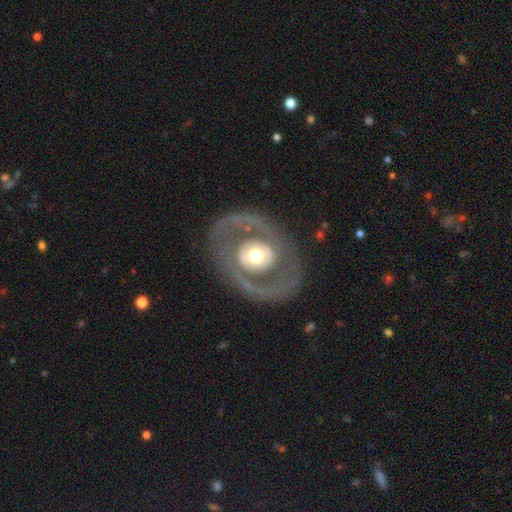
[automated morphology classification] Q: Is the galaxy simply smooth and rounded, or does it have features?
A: featured or disk — 73%.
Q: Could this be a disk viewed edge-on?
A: no — 95%.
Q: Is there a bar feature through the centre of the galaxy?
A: no — 76%.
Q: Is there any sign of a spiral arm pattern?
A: no — 59%.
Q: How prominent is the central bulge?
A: moderate — 59%.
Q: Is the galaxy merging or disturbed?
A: none — 78%.